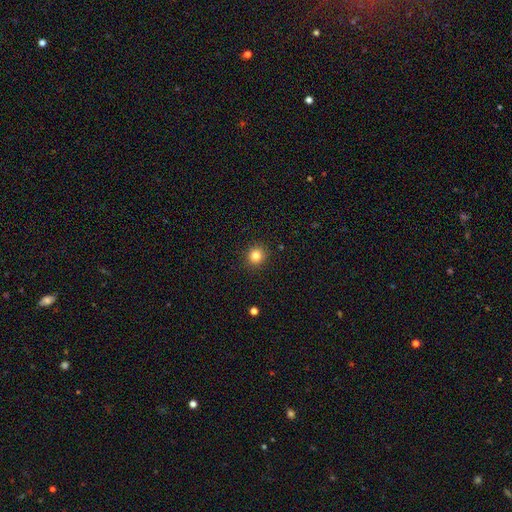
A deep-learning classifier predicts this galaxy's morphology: This is clearly a smooth galaxy (82%). How rounded: clearly round (91%). Merging: clearly none (91%).